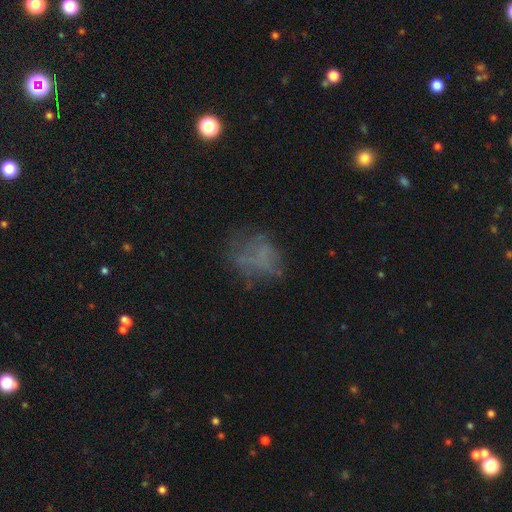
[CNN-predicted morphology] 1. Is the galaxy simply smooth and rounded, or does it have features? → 41% smooth, 34% featured or disk, 25% star or artifact.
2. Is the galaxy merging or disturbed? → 53% none, 24% major disturbance, 20% minor disturbance, 3% merger.